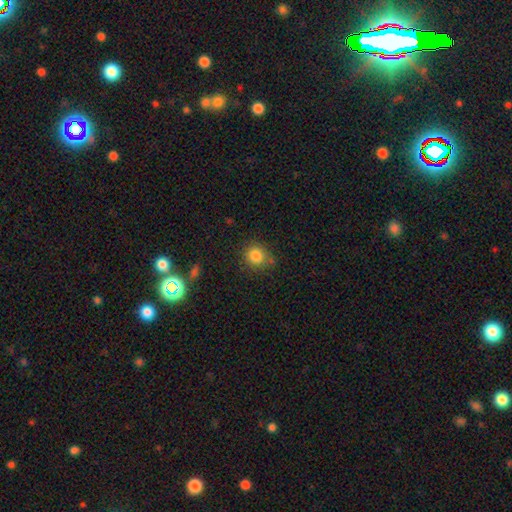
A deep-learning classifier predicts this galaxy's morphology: The model was most divided on "merging": none: 77%, minor disturbance: 15%, merger: 4%, major disturbance: 4%. More confident: how rounded — round (85%); smooth or featured — smooth (84%).